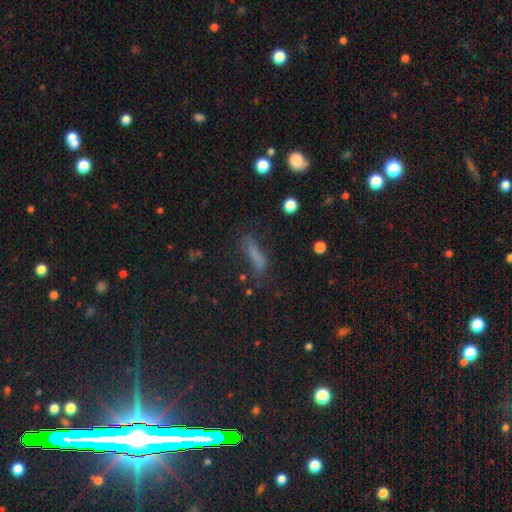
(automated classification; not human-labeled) Smooth or featured: smooth — 61% (star or artifact — 21%)
How rounded: cigar-shaped — 64% (in between — 31%)
Merging: none — 50% (minor disturbance — 25%)